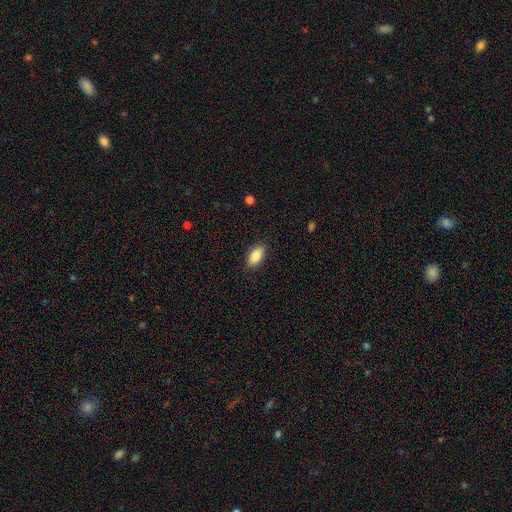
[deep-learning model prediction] This is clearly a smooth galaxy (86%). How rounded: clearly in between (89%). Merging: clearly none (88%).